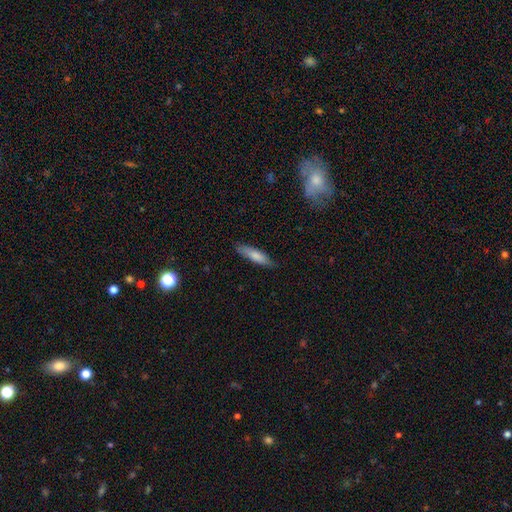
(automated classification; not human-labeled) Morphology: type=smooth (77%); roundness=cigar-shaped (75%); merging=none (83%).